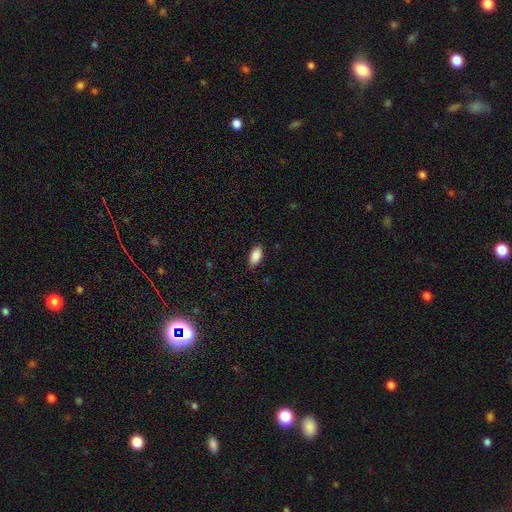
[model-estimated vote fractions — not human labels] Smooth or featured? Predicted: smooth (p=0.88). How rounded? Predicted: in between (p=0.93). Merging? Predicted: none (p=0.84).